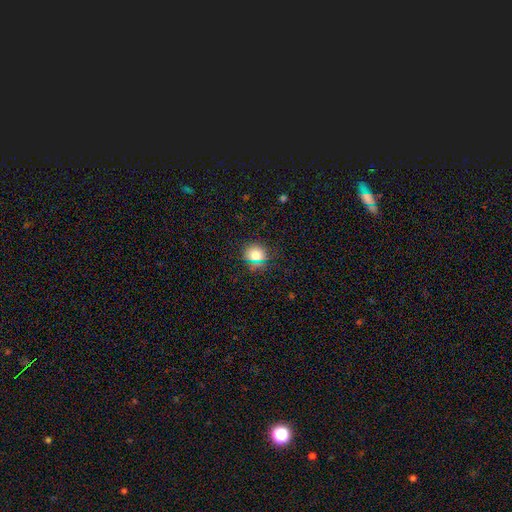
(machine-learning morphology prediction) A smooth galaxy with no disk features (76%) that is round (90%).

Vote fractions:
- Smooth or featured? smooth: 76% / star or artifact: 17% / featured or disk: 8%
- How rounded? round: 90% / in between: 9% / cigar-shaped: 1%
- Merging? none: 85% / minor disturbance: 10% / major disturbance: 3% / merger: 2%